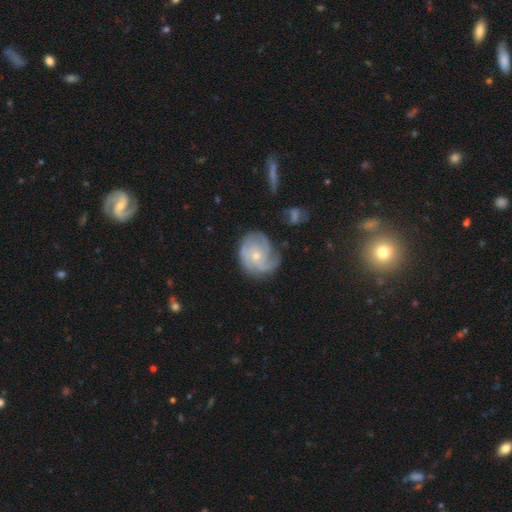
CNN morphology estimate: featured or disk 79%, smooth 15%, star or artifact 6%. Down the decision tree: edge-on disk — no (98%); bar — no (79%); spiral arms — yes (93%); spiral arm count — 3 (36%); spiral winding — tight (52%); bulge size — small (61%); merging — none (61%).